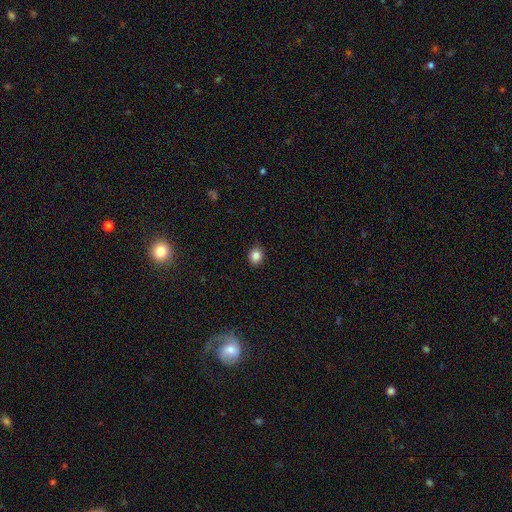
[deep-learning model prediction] A smooth galaxy with no disk features (85%) that is round (74%). Merging: none (88%).